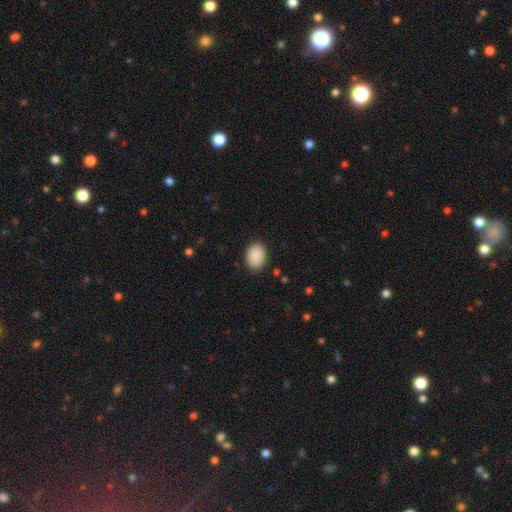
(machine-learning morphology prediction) Q: Smooth or featured?
A: smooth (91%); runner-up: star or artifact (7%)
Q: How rounded?
A: in between (77%); runner-up: round (22%)
Q: Merging?
A: none (87%); runner-up: minor disturbance (9%)